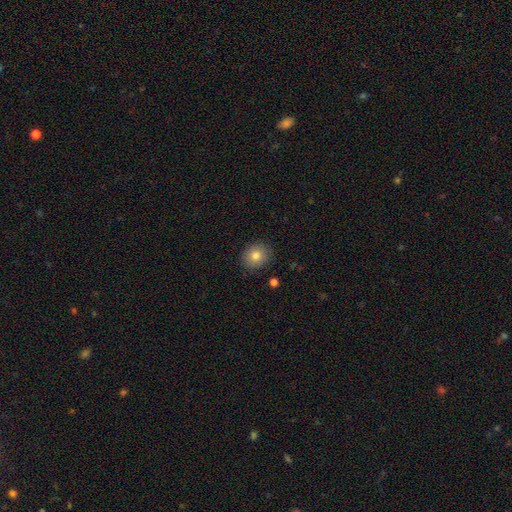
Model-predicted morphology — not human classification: A smooth galaxy with no disk features (80%) that is round (62%).

Vote fractions:
- Smooth or featured? smooth: 80% / featured or disk: 10% / star or artifact: 9%
- How rounded? round: 62% / in between: 37% / cigar-shaped: 1%
- Merging? none: 89% / minor disturbance: 8% / major disturbance: 2% / merger: 1%